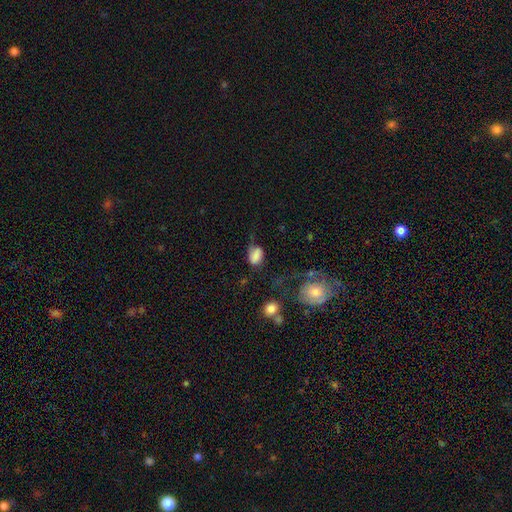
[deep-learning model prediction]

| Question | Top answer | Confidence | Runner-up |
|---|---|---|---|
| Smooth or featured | smooth | 76% | featured or disk (15%) |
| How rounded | in between | 77% | round (22%) |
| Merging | none | 40% | minor disturbance (29%) |